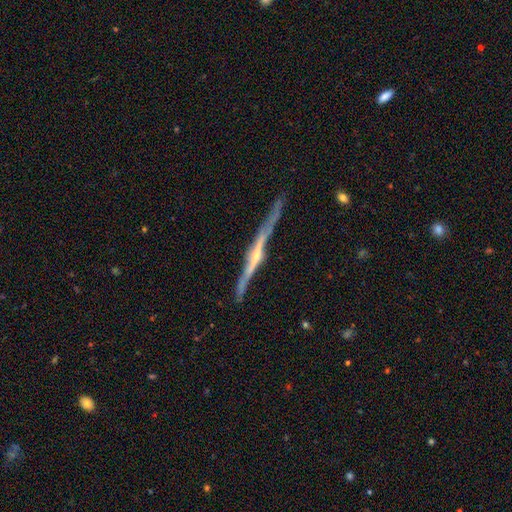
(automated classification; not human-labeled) The model was most divided on "edge-on bulge": rounded: 69%, none: 21%, boxy: 10%. More confident: edge-on disk — yes (96%); smooth or featured — featured or disk (84%); merging — none (71%).